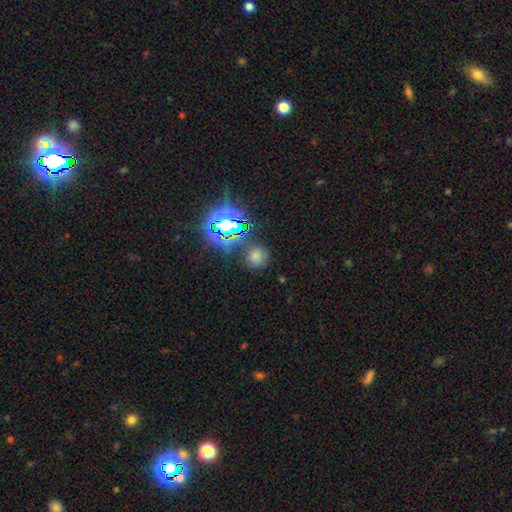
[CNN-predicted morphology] smooth-or-featured: smooth: 59% | star or artifact: 33% | featured or disk: 8%
  how-rounded: round: 86% | in between: 13% | cigar-shaped: 1%
  merging: none: 77% | minor disturbance: 12% | merger: 6% | major disturbance: 5%